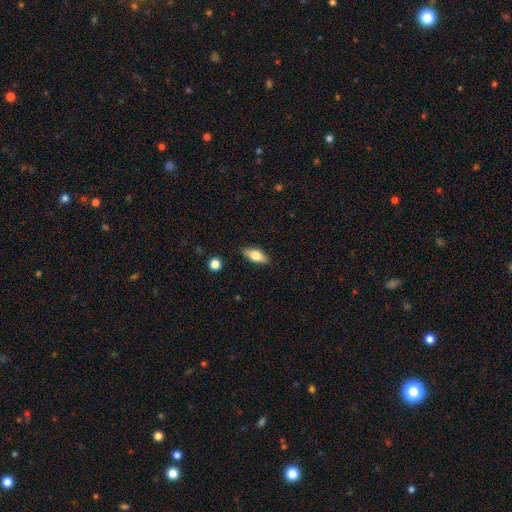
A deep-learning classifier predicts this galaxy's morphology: A smooth galaxy with no disk features (68%) that is in between round and cigar-shaped (79%).

Vote fractions:
- Smooth or featured? smooth: 68% / featured or disk: 25% / star or artifact: 7%
- How rounded? in between: 79% / cigar-shaped: 17% / round: 4%
- Merging? none: 86% / minor disturbance: 10% / major disturbance: 2% / merger: 2%